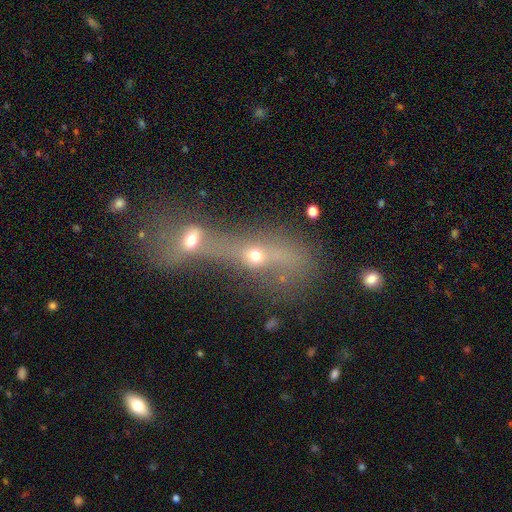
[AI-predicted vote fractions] Smooth or featured? Predicted: smooth (p=0.50). How rounded? Predicted: in between (p=0.46). Merging? Predicted: merger (p=0.75).